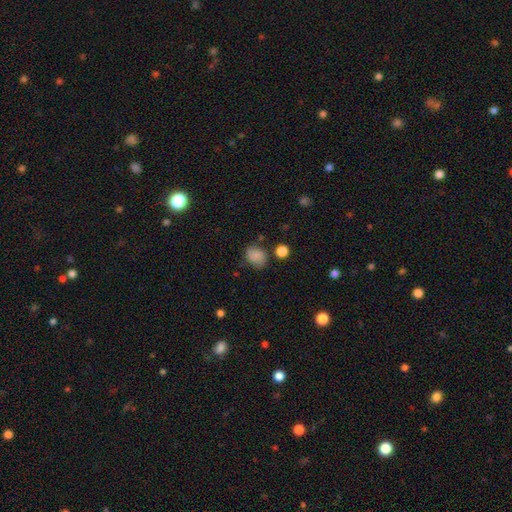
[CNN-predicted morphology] Smooth or featured? Predicted: smooth (p=0.83). How rounded? Predicted: in between (p=0.50). Merging? Predicted: none (p=0.69).